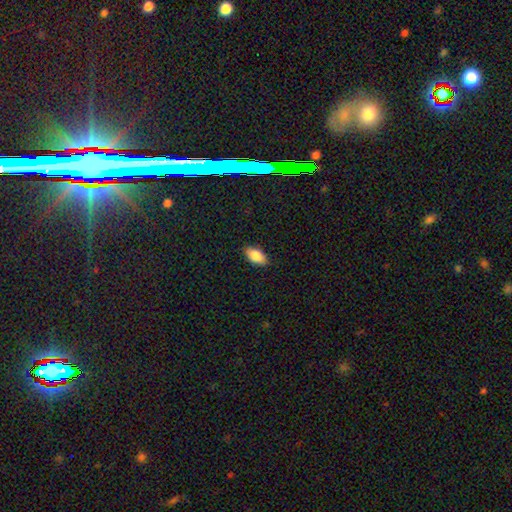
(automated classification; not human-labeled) Morphology: type=smooth (86%); roundness=in between (93%); merging=none (88%).